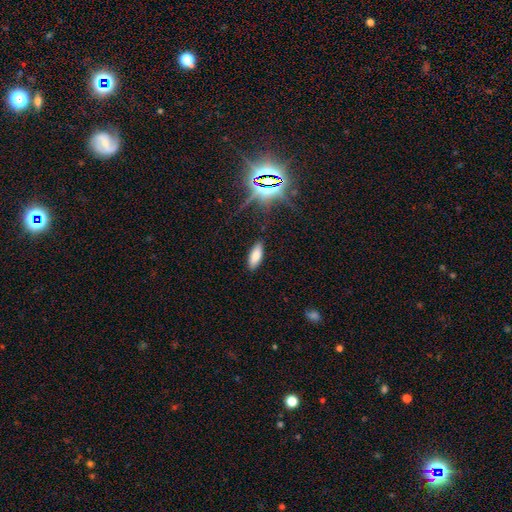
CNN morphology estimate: smooth-or-featured: smooth: 78% | star or artifact: 13% | featured or disk: 10%
  how-rounded: in between: 69% | cigar-shaped: 29% | round: 2%
  merging: none: 87% | minor disturbance: 9% | major disturbance: 2% | merger: 1%